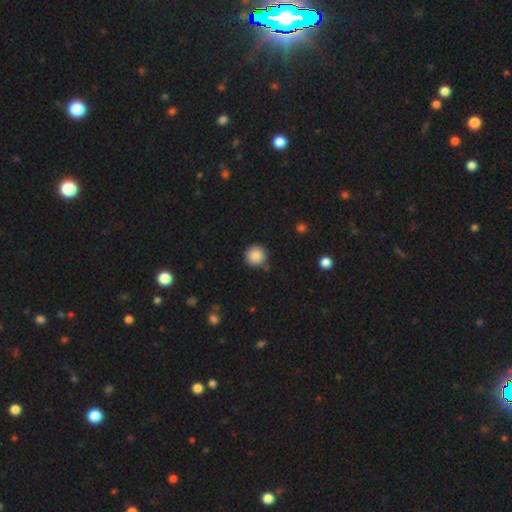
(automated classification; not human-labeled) Overall: smooth (86%). How rounded: round (95%). Merging: none (83%).